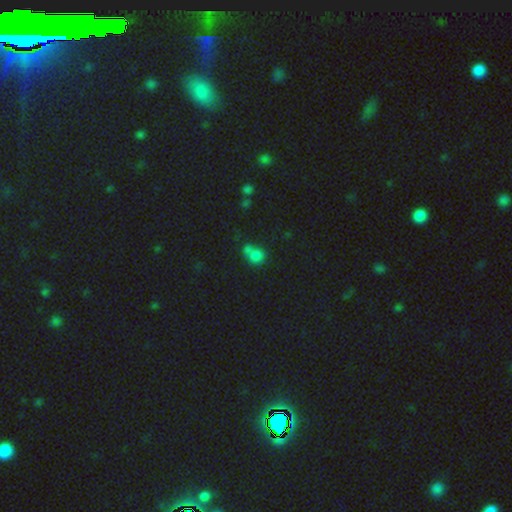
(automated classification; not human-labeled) smooth_or_featured: smooth (p=0.72) [alt: star or artifact p=0.20]
how_rounded: round (p=0.75) [alt: in between p=0.24]
merging: merger (p=0.44) [alt: none p=0.38]